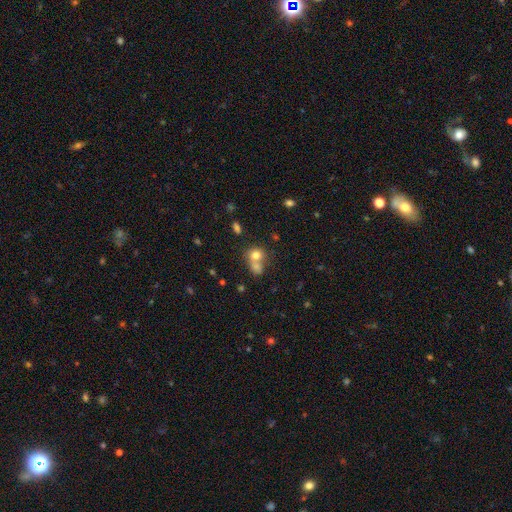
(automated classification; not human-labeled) The model was most divided on "merging": merger: 57%, none: 30%, minor disturbance: 8%, major disturbance: 5%. More confident: smooth or featured — smooth (74%); how rounded — round (68%).